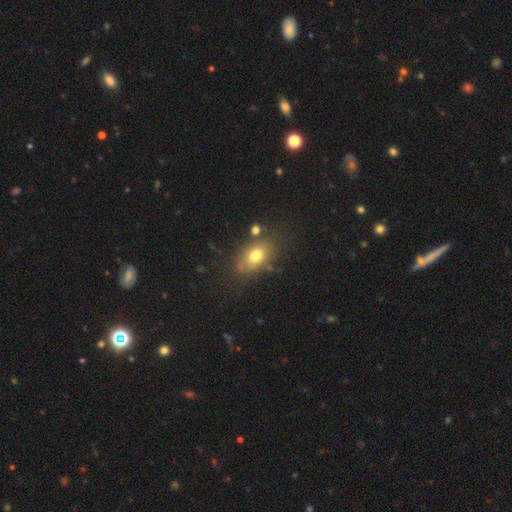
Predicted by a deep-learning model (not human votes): This is likely a smooth galaxy (74%). How rounded: likely in between (76%). Merging: likely none (68%).